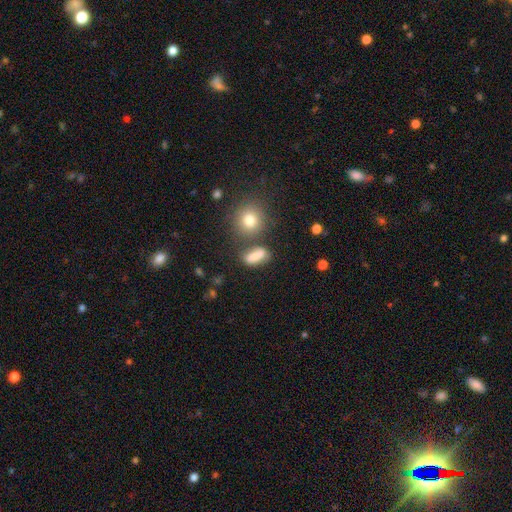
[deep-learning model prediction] Smooth or featured?
  - smooth: 78% *
  - star or artifact: 12%
  - featured or disk: 10%
How rounded?
  - in between: 64% *
  - cigar-shaped: 22%
  - round: 14%
Merging?
  - none: 63% *
  - minor disturbance: 17%
  - merger: 12%
  - major disturbance: 7%